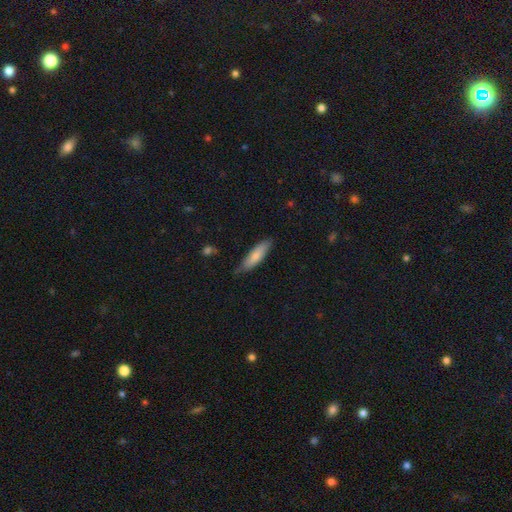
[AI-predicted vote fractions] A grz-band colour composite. It shows a smooth galaxy with no disk features (73%) that is cigar-shaped (58%). Merging: none (73%).